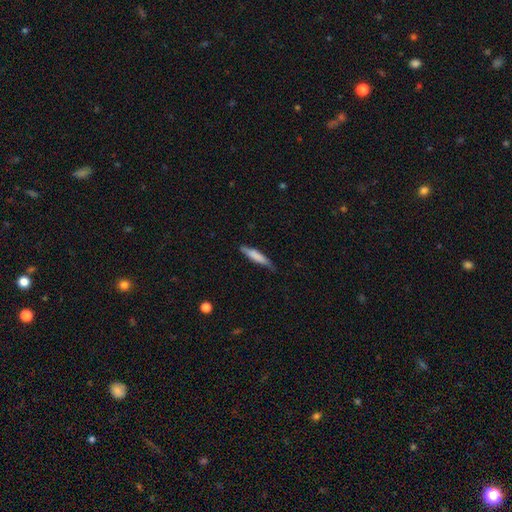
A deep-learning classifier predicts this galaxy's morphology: A smooth galaxy with no disk features (73%) that is cigar-shaped (88%). Merging: none (73%).